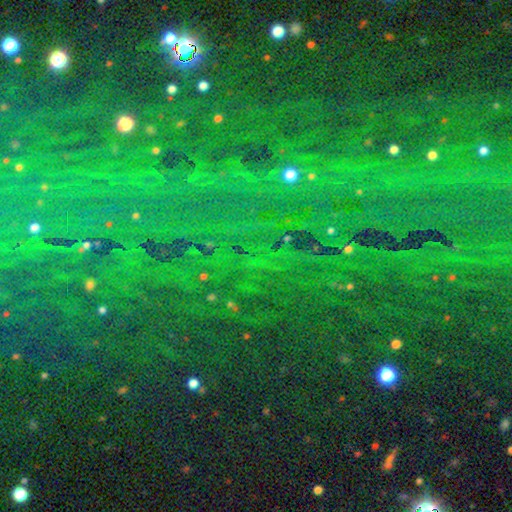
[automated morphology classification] star or artifact 85%, smooth 8%, featured or disk 7%.